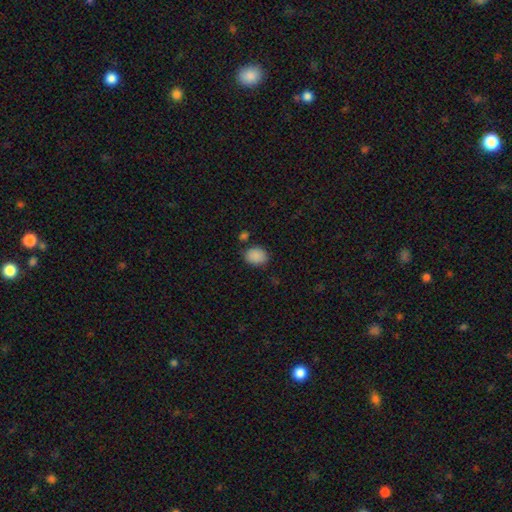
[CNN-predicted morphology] Smooth or featured: smooth — 88% (star or artifact — 9%)
How rounded: in between — 55% (round — 44%)
Merging: none — 77% (minor disturbance — 14%)